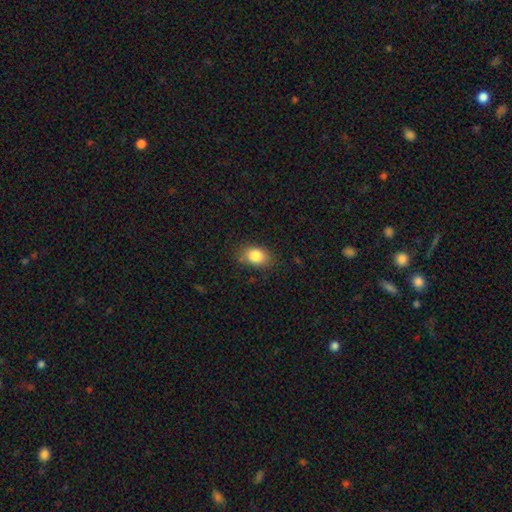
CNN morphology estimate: Q: Smooth or featured?
A: smooth (84%); runner-up: star or artifact (9%)
Q: How rounded?
A: in between (74%); runner-up: round (25%)
Q: Merging?
A: none (80%); runner-up: minor disturbance (15%)